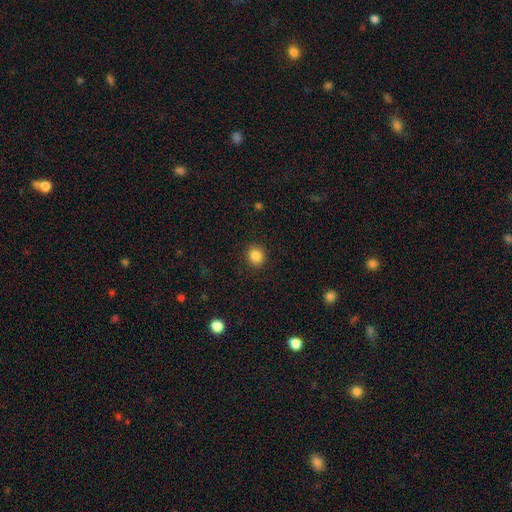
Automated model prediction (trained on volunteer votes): Smooth or featured: smooth — 86% (star or artifact — 10%)
How rounded: round — 85% (in between — 14%)
Merging: none — 90% (minor disturbance — 6%)